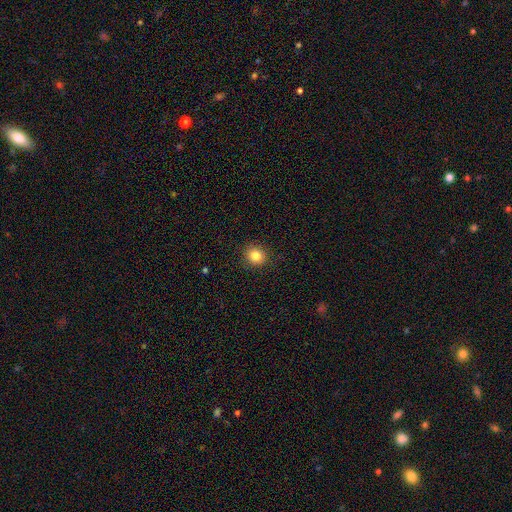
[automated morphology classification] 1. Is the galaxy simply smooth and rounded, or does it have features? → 83% smooth, 11% star or artifact, 6% featured or disk.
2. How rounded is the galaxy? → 85% round, 14% in between, 1% cigar-shaped.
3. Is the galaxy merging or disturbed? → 90% none, 7% minor disturbance, 2% major disturbance, 1% merger.